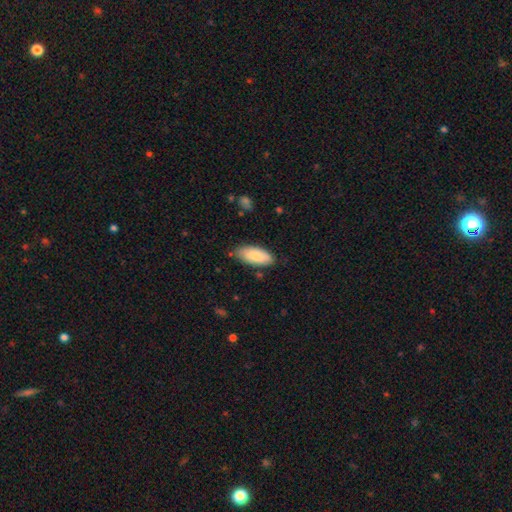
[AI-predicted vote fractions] Smooth or featured: smooth — 84% (featured or disk — 11%)
How rounded: in between — 88% (cigar-shaped — 10%)
Merging: none — 78% (minor disturbance — 17%)